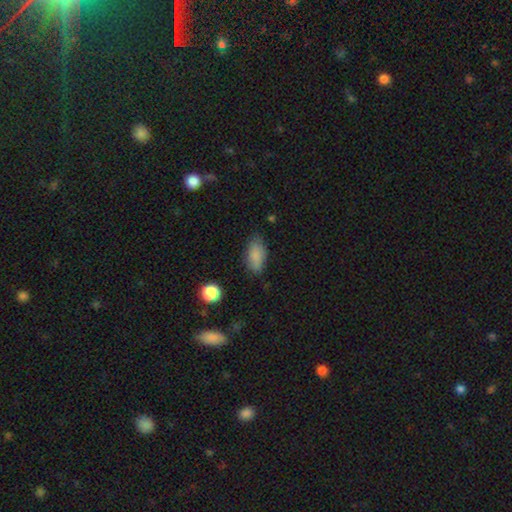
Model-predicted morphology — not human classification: type=smooth (85%); roundness=in between (90%); merging=none (74%).